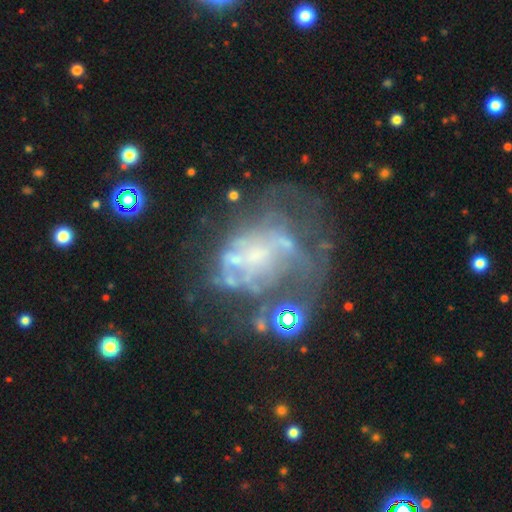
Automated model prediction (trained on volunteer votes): Smooth or featured?
  - featured or disk: 69% *
  - smooth: 16%
  - star or artifact: 16%
Edge-on disk?
  - no: 98% *
  - yes: 2%
Bar?
  - no: 82% *
  - weak: 14%
  - strong: 4%
Spiral arms?
  - no: 71% *
  - yes: 29%
Bulge size?
  - none: 55% *
  - small: 26%
  - moderate: 15%
  - large: 3%
  - dominant: 1%
Merging?
  - major disturbance: 36% *
  - none: 33%
  - minor disturbance: 17%
  - merger: 14%